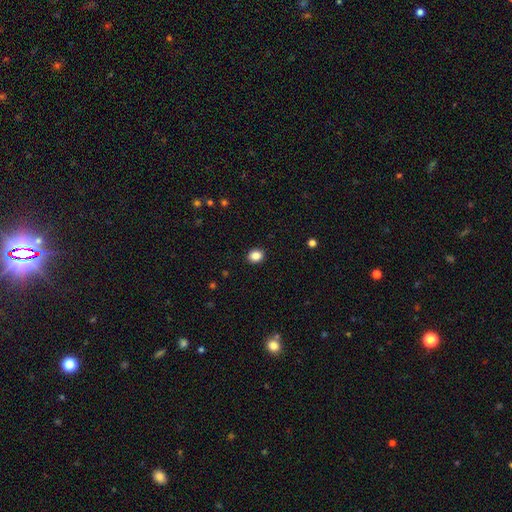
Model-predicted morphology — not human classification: Q: Smooth or featured?
A: smooth (86%); runner-up: star or artifact (10%)
Q: How rounded?
A: round (57%); runner-up: in between (42%)
Q: Merging?
A: none (91%); runner-up: minor disturbance (6%)